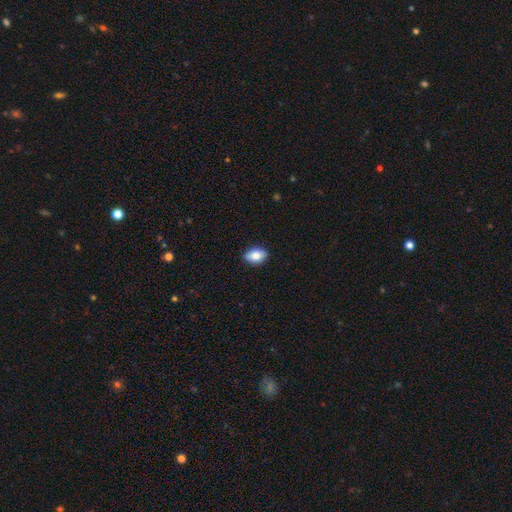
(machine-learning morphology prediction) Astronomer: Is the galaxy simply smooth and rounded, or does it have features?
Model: smooth — 83%.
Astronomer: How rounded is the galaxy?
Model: in between — 87%.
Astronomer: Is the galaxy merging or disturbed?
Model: none — 87%.